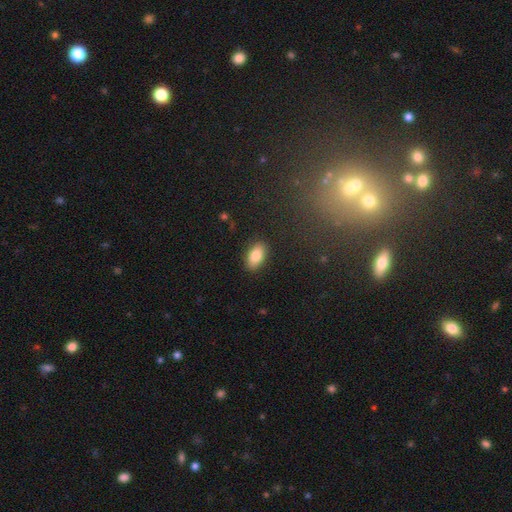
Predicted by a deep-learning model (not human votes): This appears to be a smooth galaxy with no disk features (86%) that is in between round and cigar-shaped (92%). Merging: none (88%).